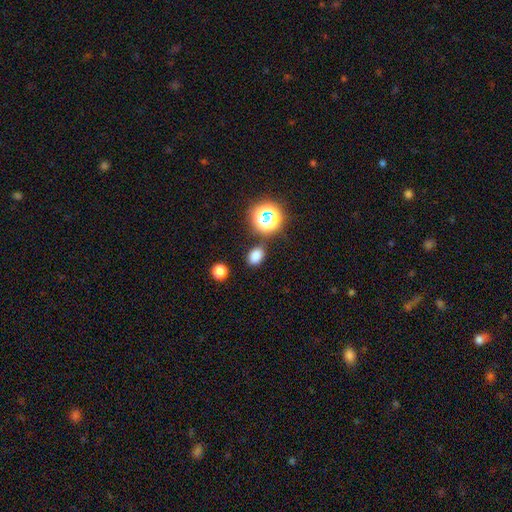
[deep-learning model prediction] Q: Smooth or featured?
A: smooth (77%); runner-up: star or artifact (18%)
Q: How rounded?
A: in between (66%); runner-up: round (33%)
Q: Merging?
A: none (82%); runner-up: minor disturbance (10%)